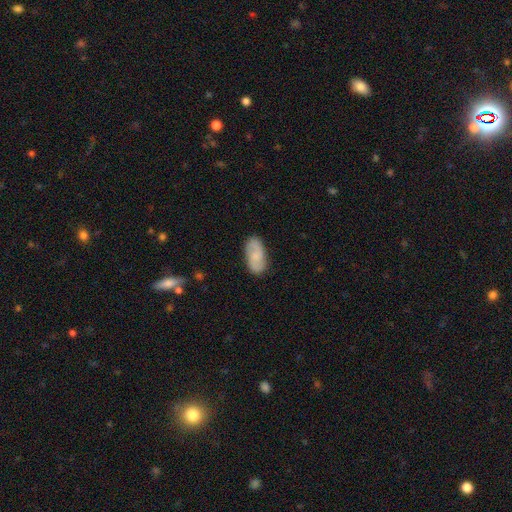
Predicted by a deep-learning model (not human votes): Q: Smooth or featured?
A: smooth (48%); runner-up: featured or disk (45%)
Q: Merging?
A: none (82%); runner-up: minor disturbance (14%)